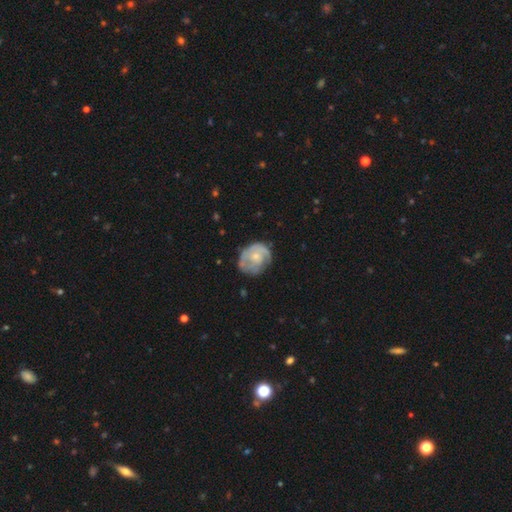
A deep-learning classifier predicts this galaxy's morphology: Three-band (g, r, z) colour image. It shows a featured or disk galaxy (60%) with no bar (78%), spiral arms (72%) and a small central bulge (52%). Merging: none (60%).